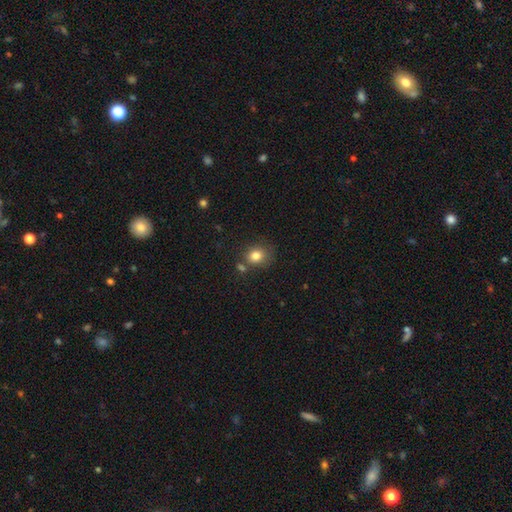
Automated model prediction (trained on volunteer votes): Smooth or featured?
  - smooth: 81% *
  - star or artifact: 11%
  - featured or disk: 8%
How rounded?
  - round: 65% *
  - in between: 34%
  - cigar-shaped: 1%
Merging?
  - none: 67% *
  - minor disturbance: 15%
  - merger: 14%
  - major disturbance: 5%